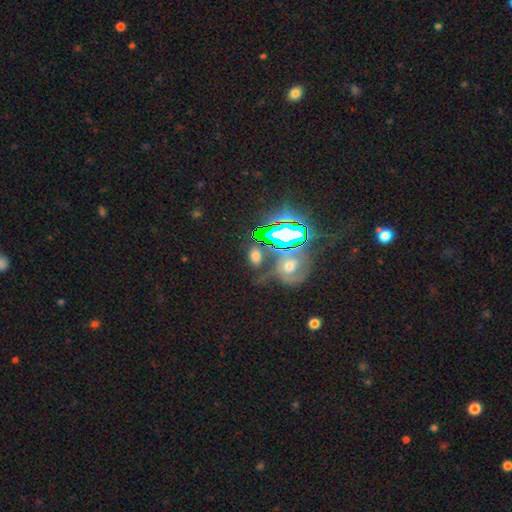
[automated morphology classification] Smooth or featured? Predicted: smooth (p=0.50). How rounded? Predicted: in between (p=0.78). Merging? Predicted: none (p=0.62).